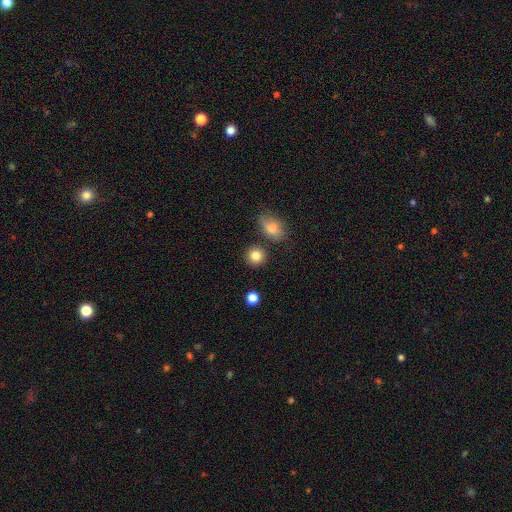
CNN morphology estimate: Smooth or featured? smooth (84%)
How rounded? round (88%)
Merging? none (84%)